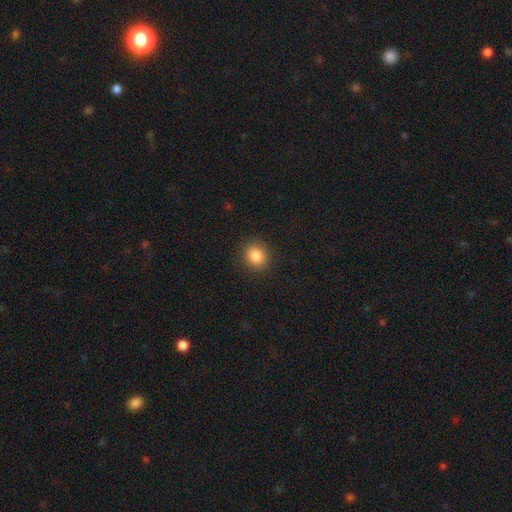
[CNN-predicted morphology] smooth-or-featured: smooth: 85% | star or artifact: 10% | featured or disk: 4%
  how-rounded: round: 75% | in between: 24% | cigar-shaped: 1%
  merging: none: 89% | minor disturbance: 7% | major disturbance: 3% | merger: 1%